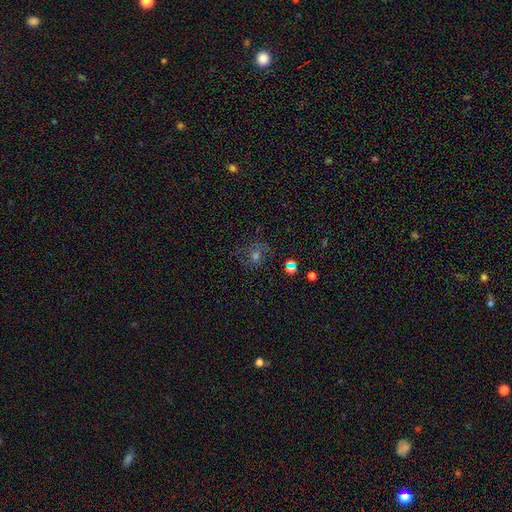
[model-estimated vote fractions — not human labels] Smooth or featured: smooth — 37% (star or artifact — 32%)
Merging: none — 70% (minor disturbance — 16%)